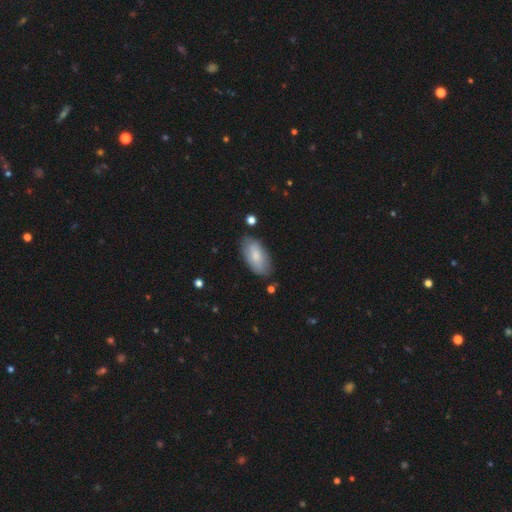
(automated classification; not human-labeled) smooth-or-featured: smooth: 76% | featured or disk: 18% | star or artifact: 6%
  how-rounded: in between: 92% | cigar-shaped: 5% | round: 2%
  merging: none: 78% | minor disturbance: 16% | major disturbance: 3% | merger: 2%